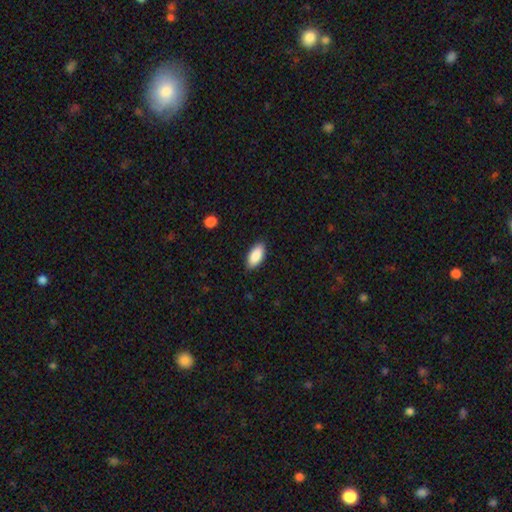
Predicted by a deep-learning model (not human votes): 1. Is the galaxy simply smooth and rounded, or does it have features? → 89% smooth, 6% star or artifact, 5% featured or disk.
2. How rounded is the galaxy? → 90% in between, 8% cigar-shaped, 2% round.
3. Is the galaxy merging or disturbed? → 88% none, 9% minor disturbance, 2% major disturbance, 1% merger.